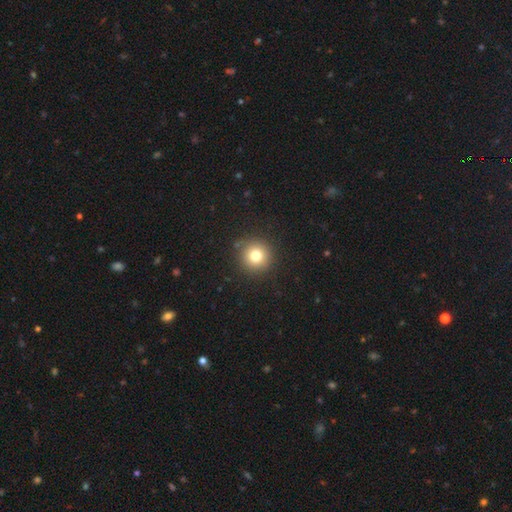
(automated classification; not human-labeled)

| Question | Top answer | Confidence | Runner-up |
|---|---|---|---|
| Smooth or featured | smooth | 77% | star or artifact (13%) |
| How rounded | round | 95% | in between (4%) |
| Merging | none | 90% | minor disturbance (6%) |